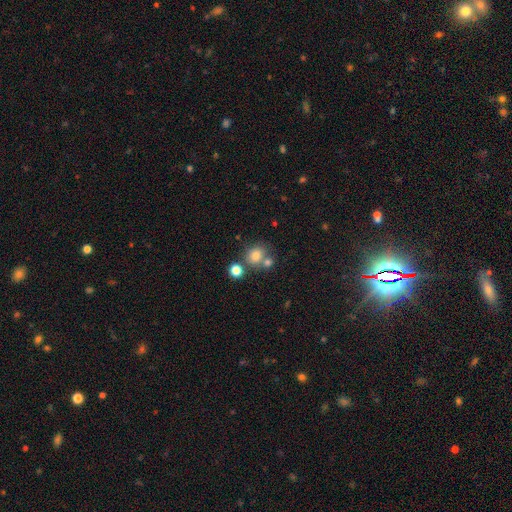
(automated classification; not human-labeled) The model was most divided on "merging": none: 56%, merger: 28%, minor disturbance: 11%, major disturbance: 5%. More confident: smooth or featured — smooth (77%); how rounded — round (73%).